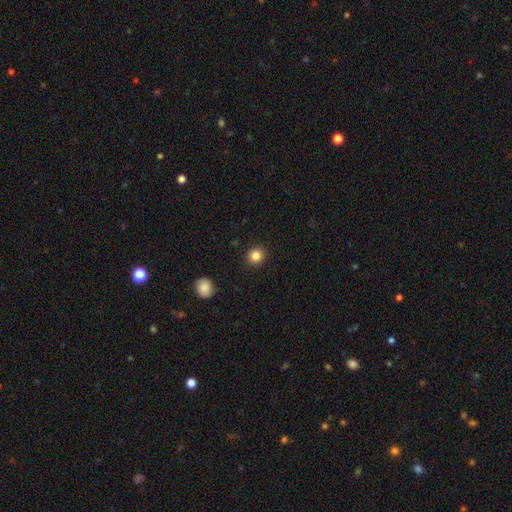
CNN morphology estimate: A smooth galaxy with no disk features (85%) that is round (90%). Merging: none (92%).